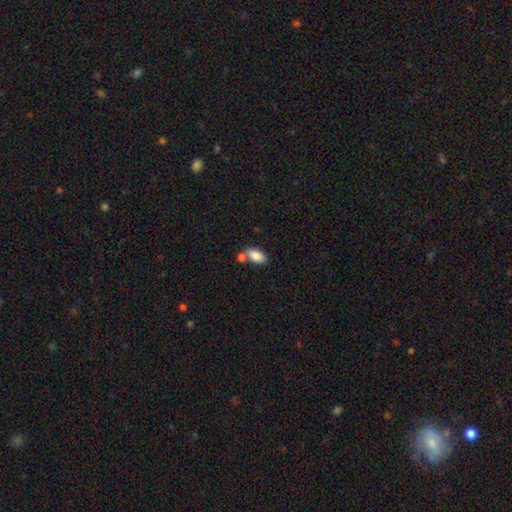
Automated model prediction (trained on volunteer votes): This is clearly a smooth galaxy (86%). How rounded: clearly in between (93%). Merging: possibly none (54%).